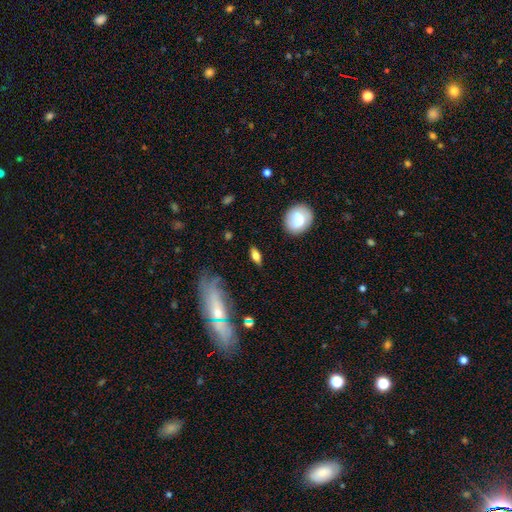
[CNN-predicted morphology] smooth 68%, featured or disk 23%, star or artifact 9%. Down the decision tree: how rounded — in between (70%); merging — none (79%).